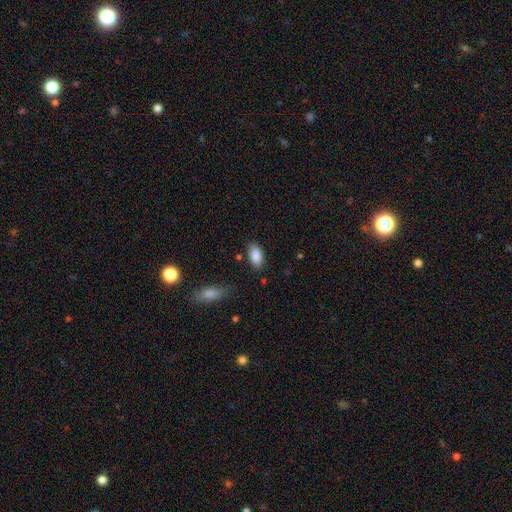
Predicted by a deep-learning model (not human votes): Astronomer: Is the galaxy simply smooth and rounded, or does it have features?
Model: smooth — 88%.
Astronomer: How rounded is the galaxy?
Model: in between — 93%.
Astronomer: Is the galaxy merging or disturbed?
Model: none — 81%.